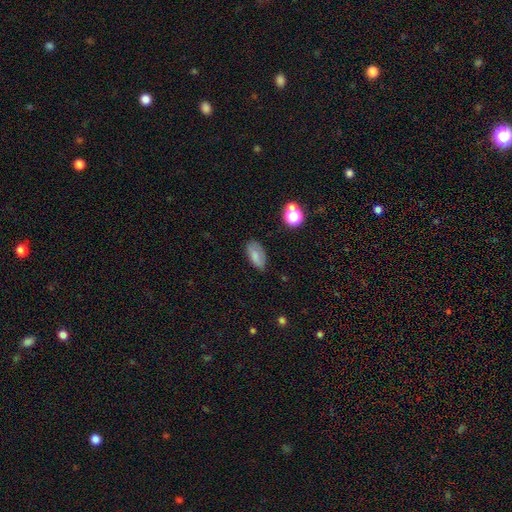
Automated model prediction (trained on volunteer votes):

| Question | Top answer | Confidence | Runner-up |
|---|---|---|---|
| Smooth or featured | smooth | 79% | featured or disk (11%) |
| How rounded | in between | 91% | round (5%) |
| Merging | none | 75% | minor disturbance (19%) |